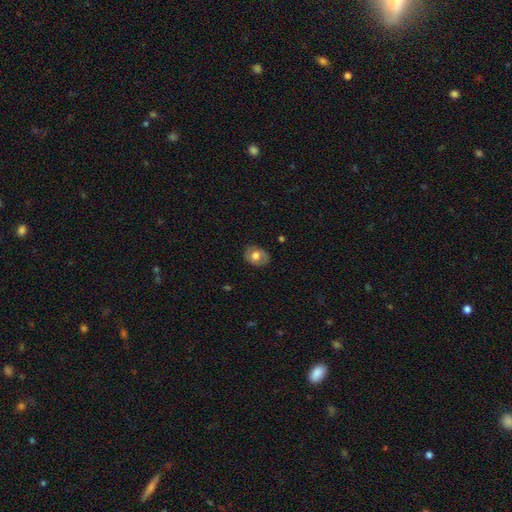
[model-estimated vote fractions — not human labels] Smooth or featured? smooth (65%)
How rounded? in between (56%)
Merging? none (80%)